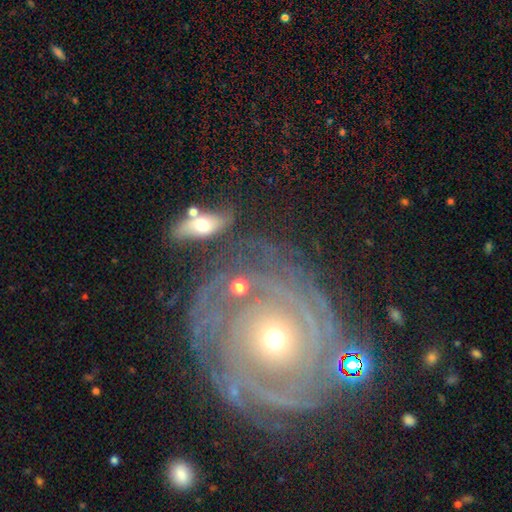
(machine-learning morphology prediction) Smooth or featured?
  - featured or disk: 82% *
  - smooth: 10%
  - star or artifact: 9%
Edge-on disk?
  - no: 94% *
  - yes: 6%
Bar?
  - no: 81% *
  - weak: 13%
  - strong: 7%
Spiral arms?
  - yes: 92% *
  - no: 8%
Spiral winding?
  - tight: 84% *
  - medium: 12%
  - loose: 4%
Spiral arm count?
  - can't tell: 31% *
  - 2: 19%
  - 3: 18%
  - 4: 13%
  - more than 4: 12%
  - 1: 8%
Bulge size?
  - small: 49% *
  - moderate: 46%
  - large: 3%
  - dominant: 1%
  - none: 1%
Merging?
  - none: 68% *
  - minor disturbance: 16%
  - merger: 9%
  - major disturbance: 7%